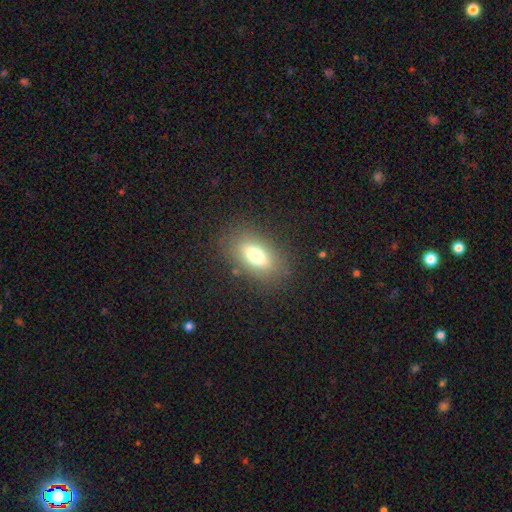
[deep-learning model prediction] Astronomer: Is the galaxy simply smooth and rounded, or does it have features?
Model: smooth — 68%.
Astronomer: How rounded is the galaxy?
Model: in between — 82%.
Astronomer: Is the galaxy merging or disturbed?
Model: none — 83%.